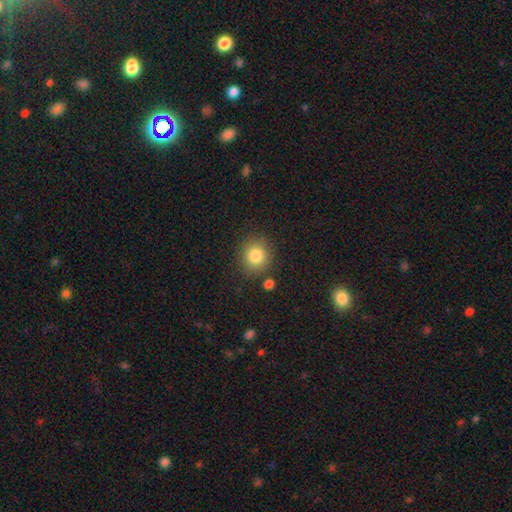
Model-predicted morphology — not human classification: smooth 83%, star or artifact 11%, featured or disk 7%. Down the decision tree: how rounded — round (88%); merging — none (84%).